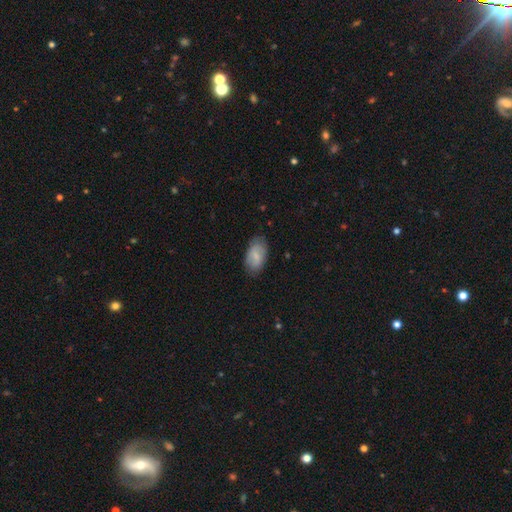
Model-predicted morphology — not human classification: Q: Smooth or featured?
A: smooth (70%); runner-up: featured or disk (24%)
Q: How rounded?
A: in between (93%); runner-up: round (5%)
Q: Merging?
A: none (76%); runner-up: minor disturbance (19%)